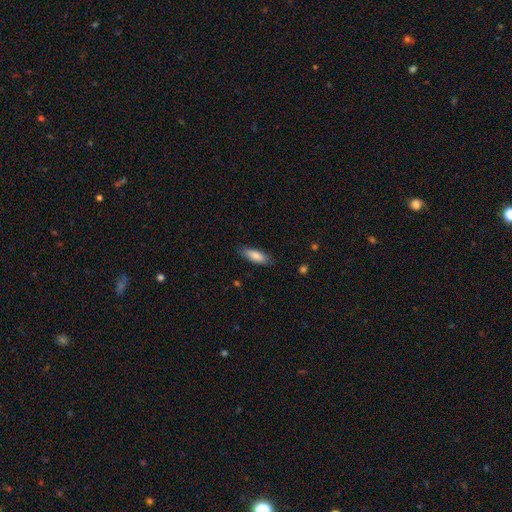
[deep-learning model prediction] Q: Smooth or featured?
A: smooth (83%); runner-up: featured or disk (11%)
Q: How rounded?
A: in between (61%); runner-up: cigar-shaped (37%)
Q: Merging?
A: none (84%); runner-up: minor disturbance (13%)